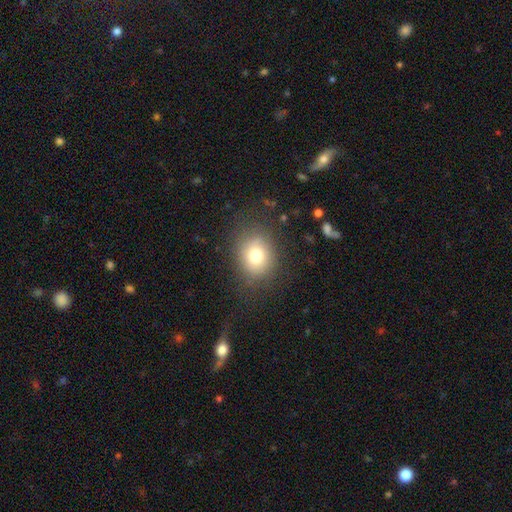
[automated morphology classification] Smooth or featured: smooth — 75% (featured or disk — 13%)
How rounded: round — 59% (in between — 40%)
Merging: none — 79% (minor disturbance — 13%)